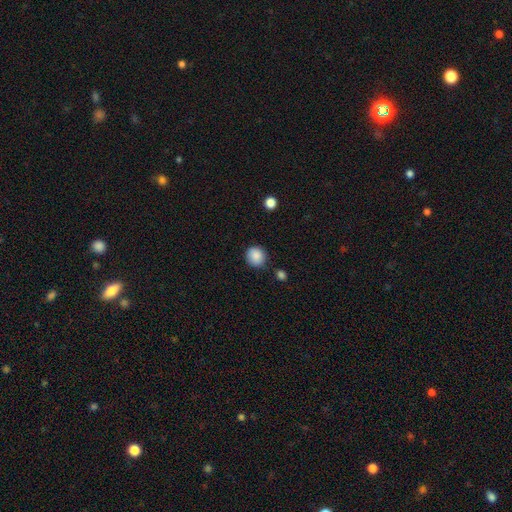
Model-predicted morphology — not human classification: Smooth or featured? smooth (88%)
How rounded? round (87%)
Merging? none (82%)